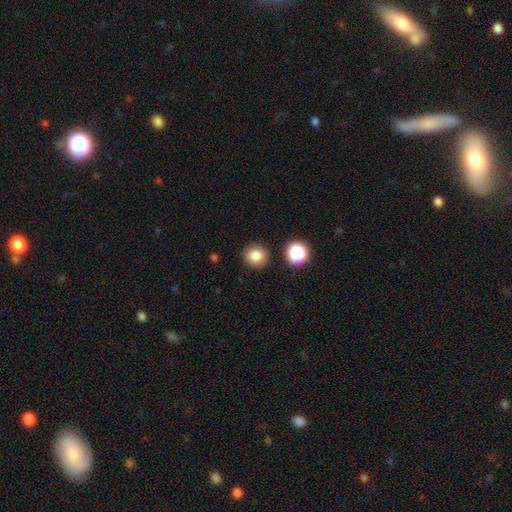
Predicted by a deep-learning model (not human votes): Smooth or featured?
  - smooth: 83% *
  - star or artifact: 11%
  - featured or disk: 5%
How rounded?
  - round: 93% *
  - in between: 6%
  - cigar-shaped: 1%
Merging?
  - none: 89% *
  - minor disturbance: 6%
  - merger: 3%
  - major disturbance: 2%